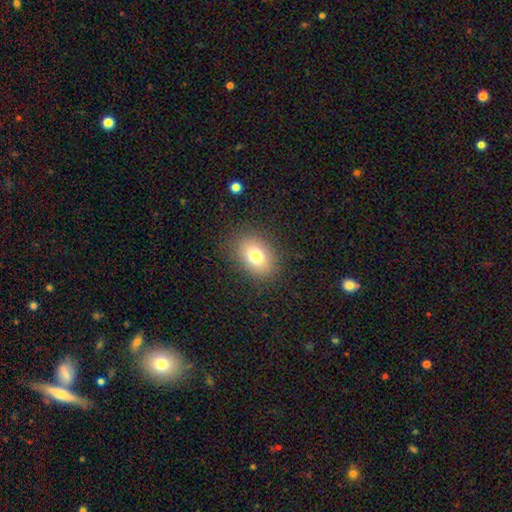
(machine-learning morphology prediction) Smooth or featured?
  - smooth: 77% *
  - featured or disk: 12%
  - star or artifact: 11%
How rounded?
  - in between: 73% *
  - round: 26%
  - cigar-shaped: 1%
Merging?
  - none: 84% *
  - minor disturbance: 10%
  - major disturbance: 4%
  - merger: 1%